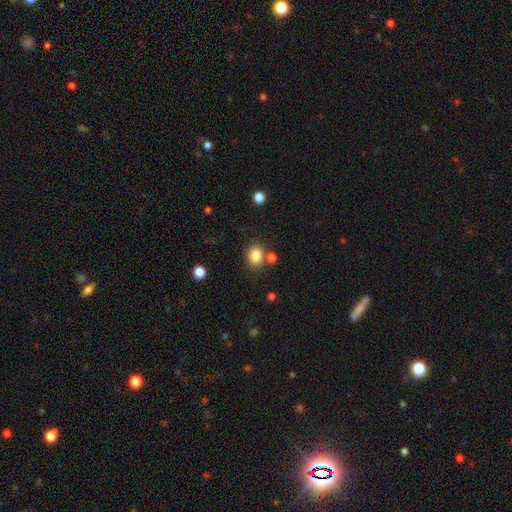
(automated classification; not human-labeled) The model was most divided on "how rounded": round: 55%, in between: 44%, cigar-shaped: 1%. More confident: smooth or featured — smooth (84%); merging — none (76%).